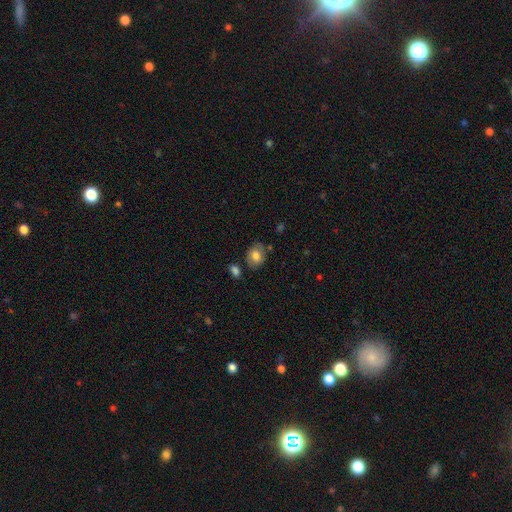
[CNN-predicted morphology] Smooth or featured? Predicted: smooth (p=0.76). How rounded? Predicted: in between (p=0.55). Merging? Predicted: none (p=0.73).